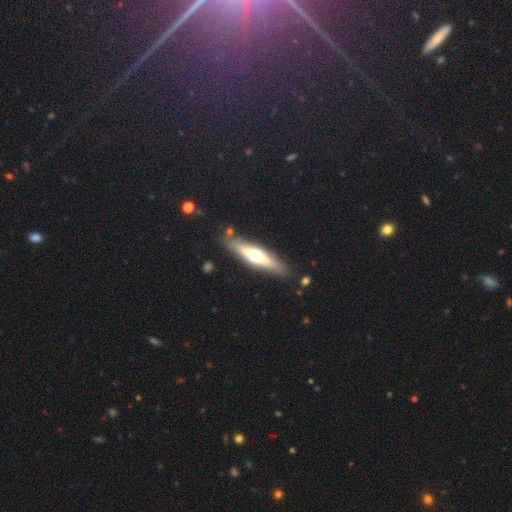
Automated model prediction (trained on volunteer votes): Smooth or featured? featured or disk (52%)
Edge-on disk? yes (86%)
Merging? none (83%)